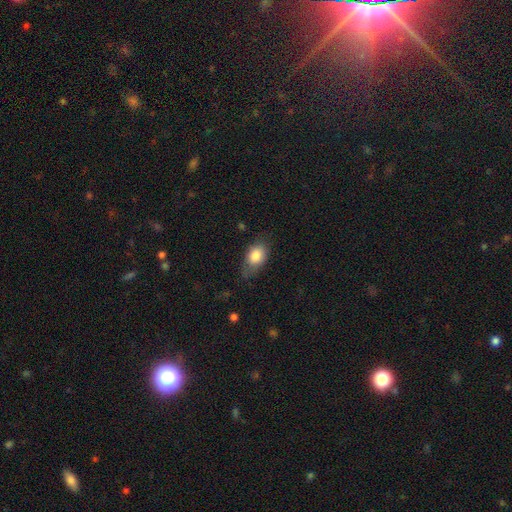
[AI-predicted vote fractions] This appears to be a smooth galaxy with no disk features (81%) that is in between round and cigar-shaped (86%). Merging: none (58%).